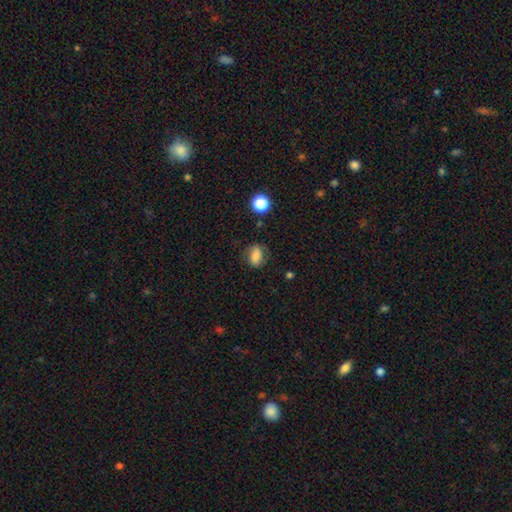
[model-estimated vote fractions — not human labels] Overall: smooth (75%). How rounded: in between (73%). Merging: none (71%).